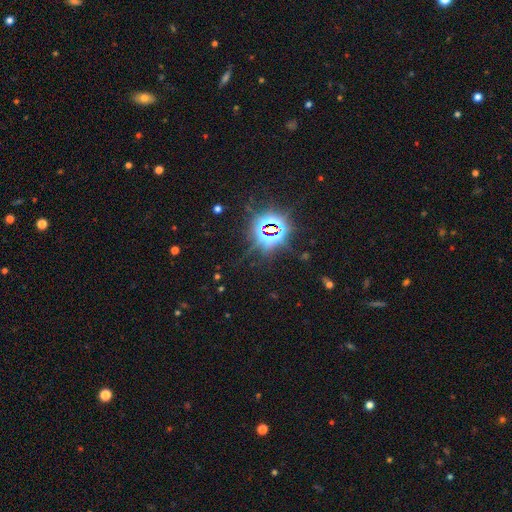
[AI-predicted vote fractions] Overall: star or artifact (83%).